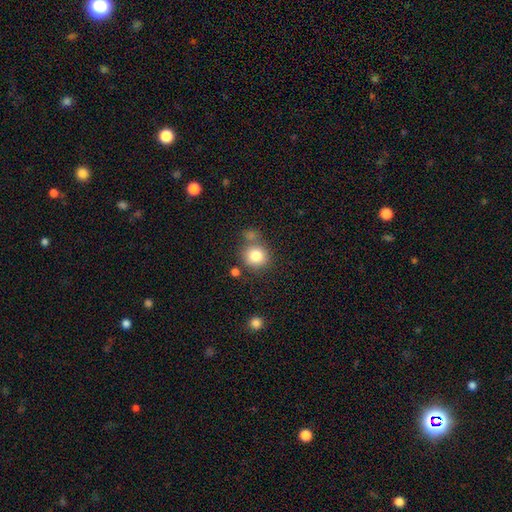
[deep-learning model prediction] smooth_or_featured: smooth (p=0.82) [alt: star or artifact p=0.10]
how_rounded: round (p=0.86) [alt: in between p=0.13]
merging: none (p=0.66) [alt: merger p=0.16]